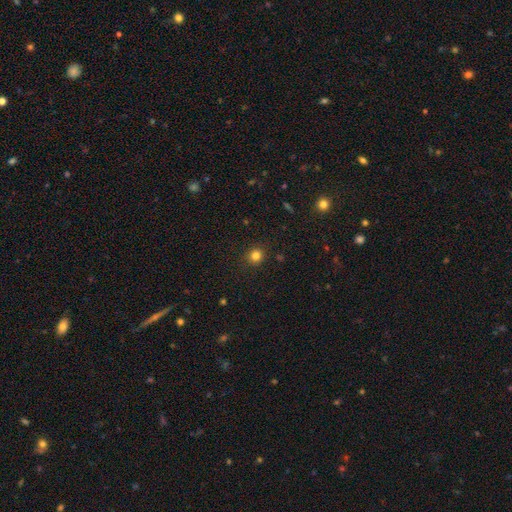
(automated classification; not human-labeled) smooth-or-featured: smooth: 81% | star or artifact: 14% | featured or disk: 5%
  how-rounded: round: 89% | in between: 10% | cigar-shaped: 1%
  merging: none: 90% | minor disturbance: 7% | major disturbance: 2% | merger: 1%